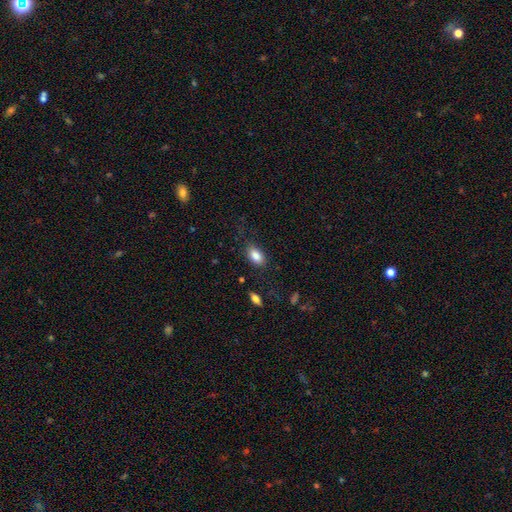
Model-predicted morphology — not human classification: The model was most divided on "merging": none: 78%, minor disturbance: 15%, major disturbance: 5%, merger: 2%. More confident: how rounded — in between (89%); smooth or featured — smooth (85%).